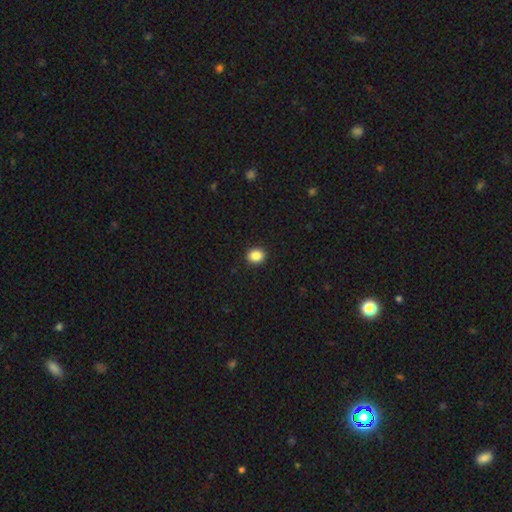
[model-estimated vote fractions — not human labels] The model was most divided on "how rounded": round: 64%, in between: 35%, cigar-shaped: 1%. More confident: merging — none (92%); smooth or featured — smooth (87%).